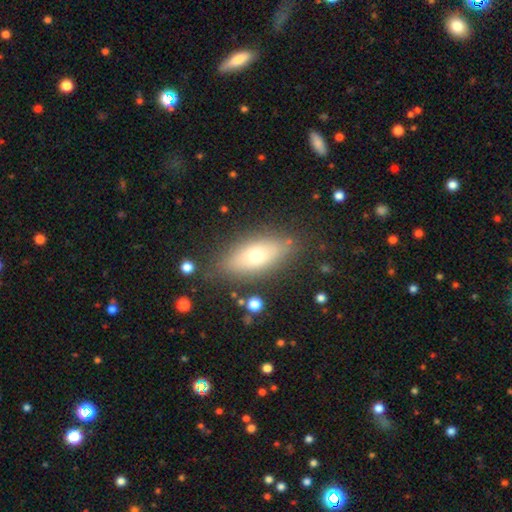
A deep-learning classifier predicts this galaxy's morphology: Smooth or featured: smooth — 65% (featured or disk — 27%)
How rounded: in between — 77% (cigar-shaped — 19%)
Merging: none — 81% (minor disturbance — 13%)